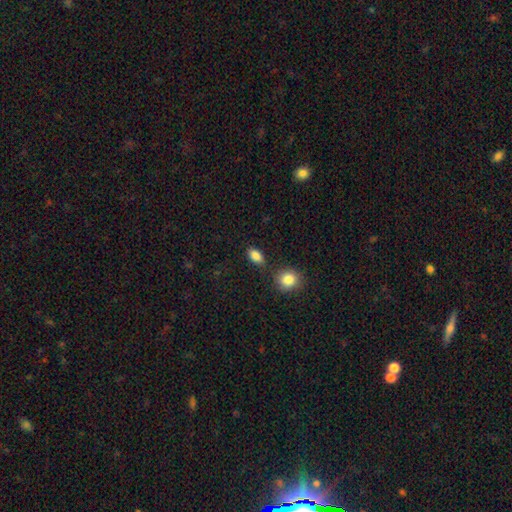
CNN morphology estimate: smooth 87%, star or artifact 9%, featured or disk 5%. Down the decision tree: how rounded — in between (86%); merging — none (79%).